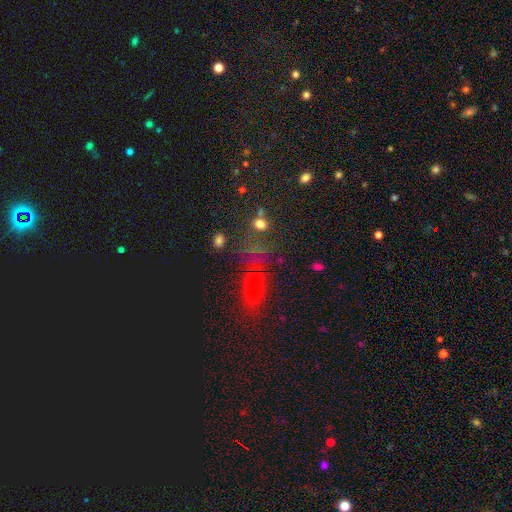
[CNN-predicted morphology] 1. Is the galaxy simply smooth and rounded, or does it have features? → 46% star or artifact, 38% smooth, 16% featured or disk.